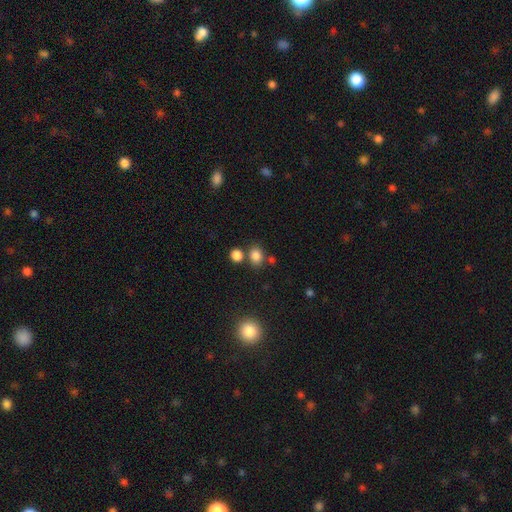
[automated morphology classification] Smooth or featured: smooth — 82% (star or artifact — 13%)
How rounded: round — 57% (in between — 42%)
Merging: none — 69% (merger — 17%)